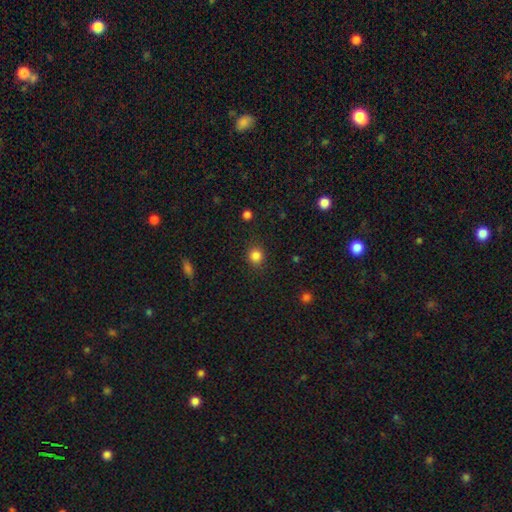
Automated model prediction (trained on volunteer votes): This appears to be a smooth galaxy with no disk features (85%) that is round (88%). Merging: none (88%).